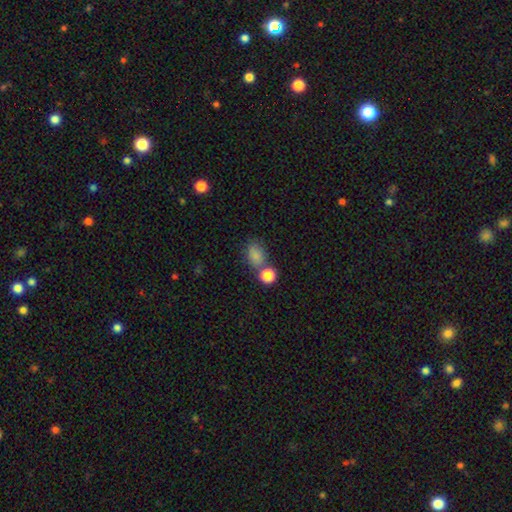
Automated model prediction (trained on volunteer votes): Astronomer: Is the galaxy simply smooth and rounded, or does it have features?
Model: smooth — 80%.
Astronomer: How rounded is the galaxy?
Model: in between — 64%.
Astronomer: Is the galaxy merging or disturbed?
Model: none — 56%.